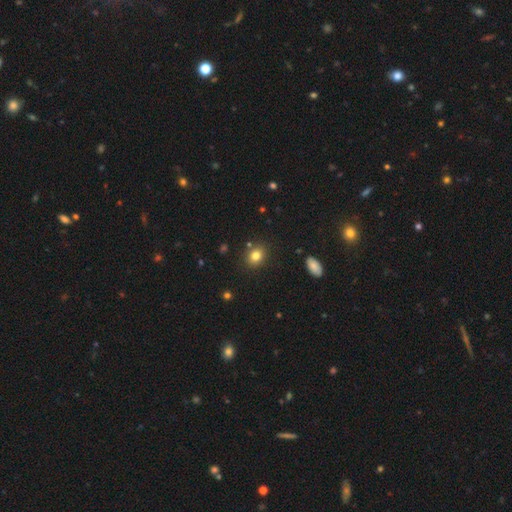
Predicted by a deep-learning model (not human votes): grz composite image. It shows a smooth galaxy with no disk features (81%) that is round (57%). Merging: none (86%).